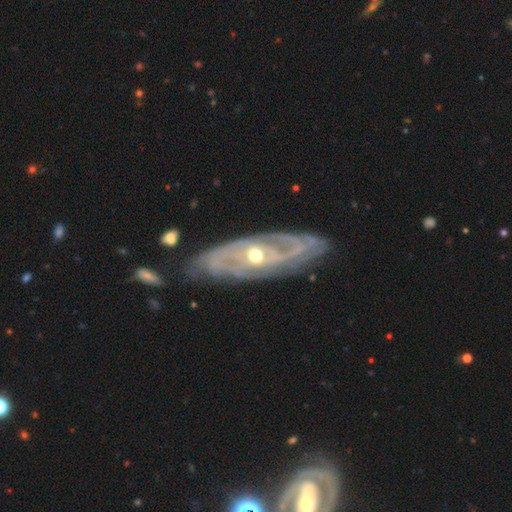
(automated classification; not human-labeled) This appears to be a featured or disk galaxy (86%) with no bar (62%), can't tell (36%, tied with 2) tight (63%) spiral arms (85%) and a moderate central bulge (64%). Merging: none (75%).